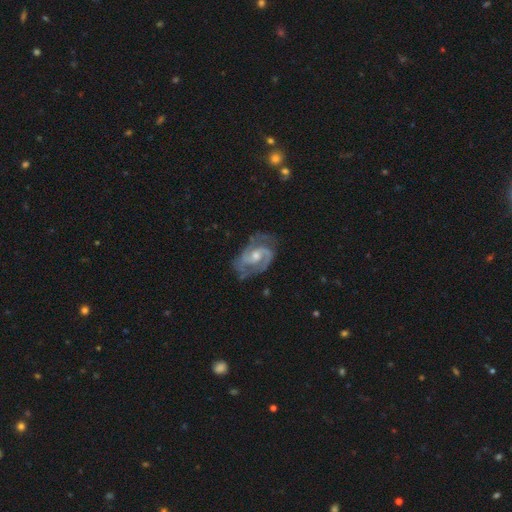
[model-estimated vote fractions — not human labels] smooth_or_featured: featured or disk (p=0.90) [alt: smooth p=0.05]
disk_edge_on: no (p=0.98) [alt: yes p=0.02]
bar: no (p=0.49) [alt: weak p=0.42]
has_spiral_arms: yes (p=0.98) [alt: no p=0.02]
spiral_winding: medium (p=0.55) [alt: tight p=0.32]
spiral_arm_count: 2 (p=0.87) [alt: 3 p=0.04]
bulge_size: moderate (p=0.58) [alt: small p=0.35]
merging: none (p=0.68) [alt: minor disturbance p=0.22]